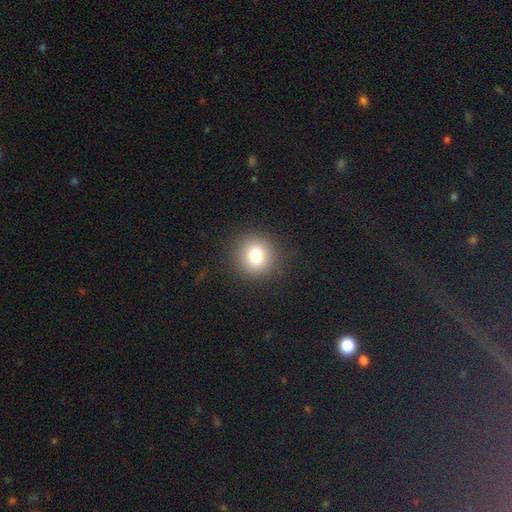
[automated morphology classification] Smooth or featured?
  - smooth: 79% *
  - star or artifact: 12%
  - featured or disk: 9%
How rounded?
  - round: 92% *
  - in between: 7%
  - cigar-shaped: 1%
Merging?
  - none: 89% *
  - minor disturbance: 7%
  - major disturbance: 3%
  - merger: 1%